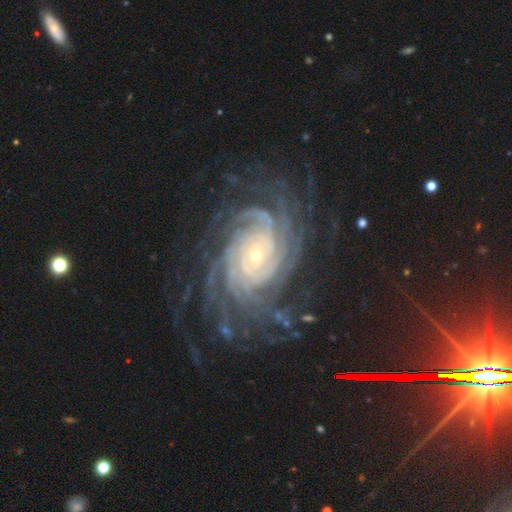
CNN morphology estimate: Smooth or featured? featured or disk (91%)
Edge-on disk? no (97%)
Bar? no (68%)
Spiral arms? yes (99%)
Spiral winding? tight (80%)
Spiral arm count? more than 4 (37%)
Bulge size? small (78%)
Merging? none (76%)